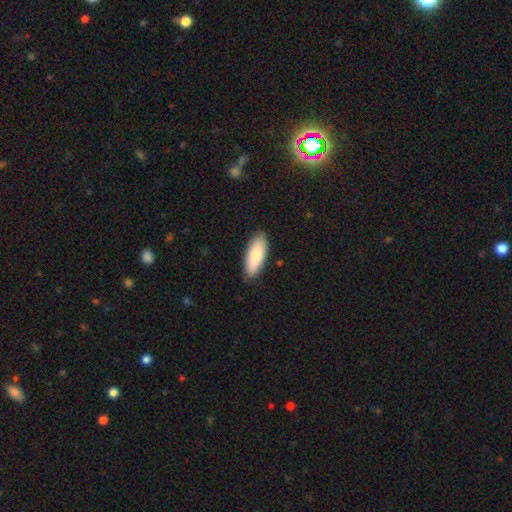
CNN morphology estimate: This appears to be a smooth galaxy with no disk features (86%) that is in between round and cigar-shaped (79%). Merging: none (86%).